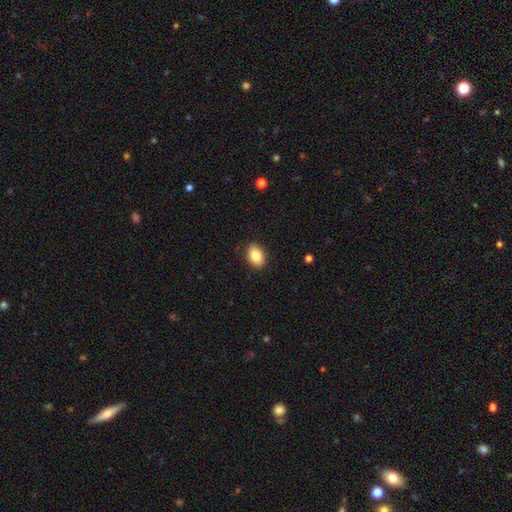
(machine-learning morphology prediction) smooth_or_featured: smooth (p=0.84) [alt: featured or disk p=0.08]
how_rounded: in between (p=0.78) [alt: round p=0.20]
merging: none (p=0.87) [alt: minor disturbance p=0.10]